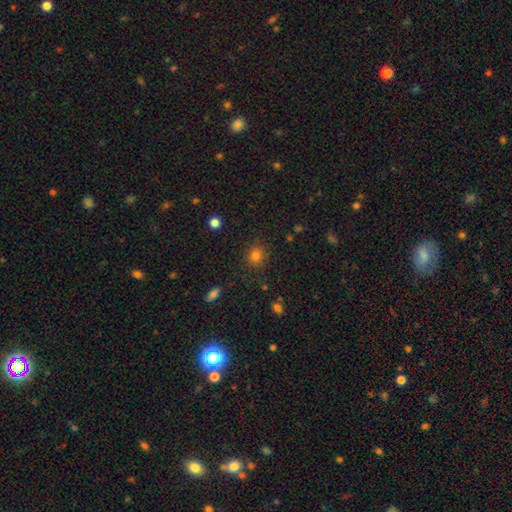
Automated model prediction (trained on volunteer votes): A smooth galaxy with no disk features (80%) that is round (77%). Merging: none (83%).